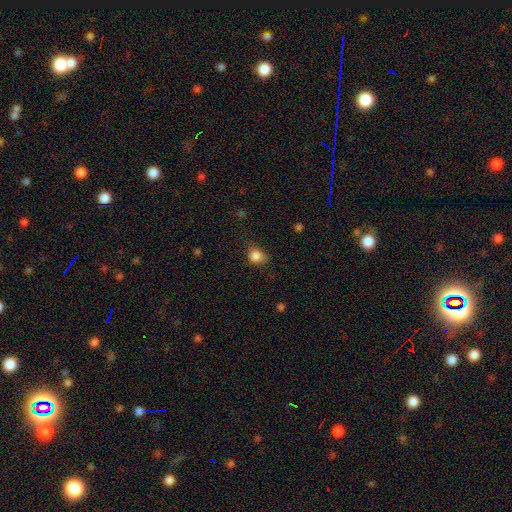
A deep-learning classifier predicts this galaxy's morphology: The model was most divided on "how rounded": round: 63%, in between: 36%, cigar-shaped: 1%. More confident: smooth or featured — smooth (84%); merging — none (59%).